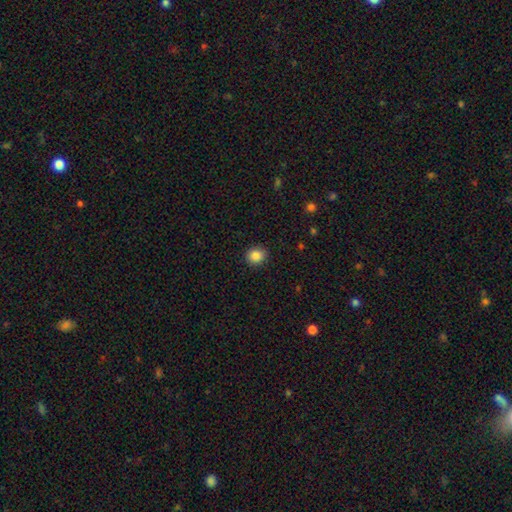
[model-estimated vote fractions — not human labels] Smooth or featured? smooth (86%)
How rounded? round (78%)
Merging? none (90%)